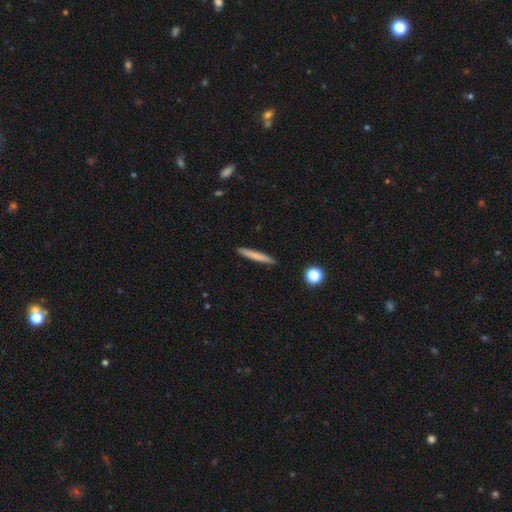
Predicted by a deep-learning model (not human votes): smooth-or-featured: smooth: 74% | featured or disk: 20% | star or artifact: 7%
  how-rounded: cigar-shaped: 95% | in between: 3% | round: 1%
  merging: none: 90% | minor disturbance: 7% | major disturbance: 1% | merger: 1%